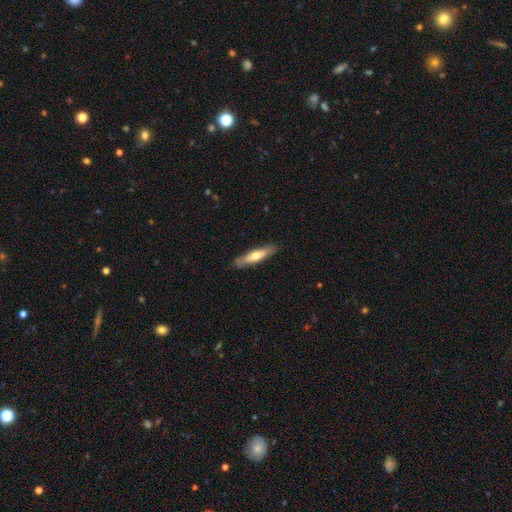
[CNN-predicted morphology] The model was most divided on "smooth or featured": smooth: 51%, featured or disk: 44%, star or artifact: 5%. More confident: merging — none (86%); how rounded — cigar-shaped (81%).